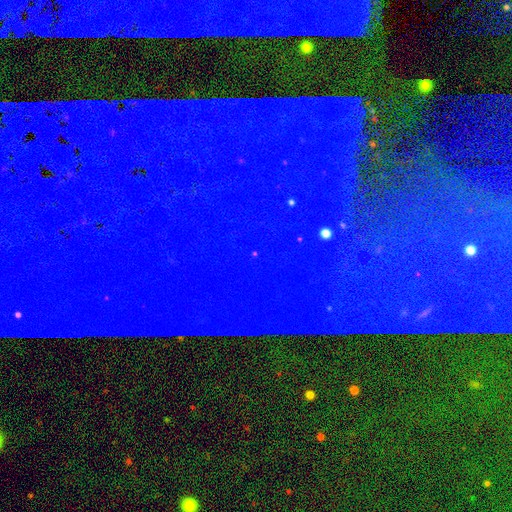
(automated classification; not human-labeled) Smooth or featured: star or artifact — 86% (featured or disk — 7%)